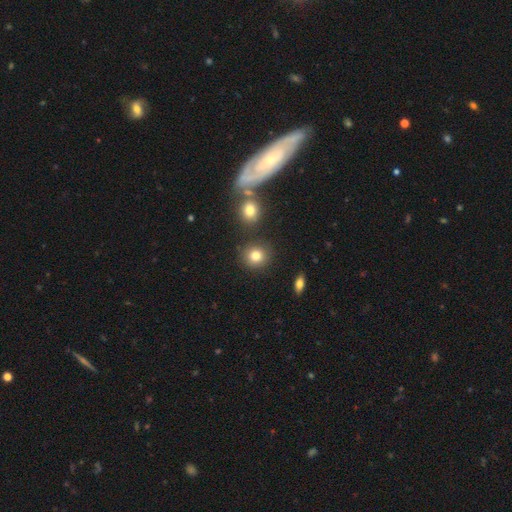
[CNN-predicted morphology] Smooth or featured: smooth — 80% (star or artifact — 13%)
How rounded: round — 87% (in between — 12%)
Merging: none — 83% (minor disturbance — 8%)